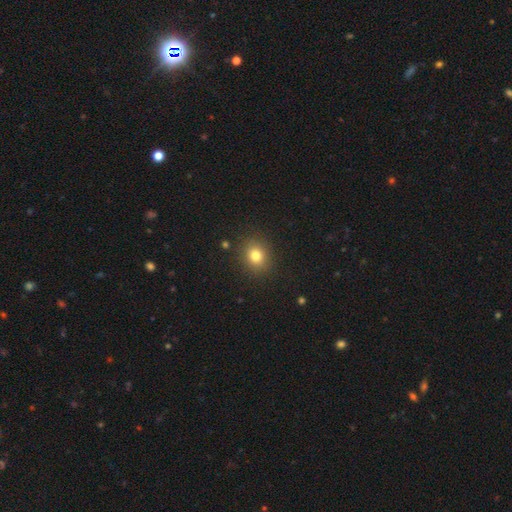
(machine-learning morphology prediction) The model was most divided on "how rounded": round: 73%, in between: 26%, cigar-shaped: 1%. More confident: merging — none (88%); smooth or featured — smooth (79%).